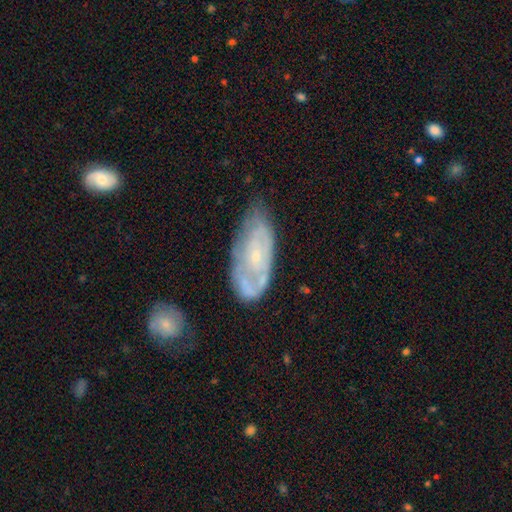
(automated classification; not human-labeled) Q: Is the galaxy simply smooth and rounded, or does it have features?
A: featured or disk — 69%.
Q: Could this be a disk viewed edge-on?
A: no — 92%.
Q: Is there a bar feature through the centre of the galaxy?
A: no — 76%.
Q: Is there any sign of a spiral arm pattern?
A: yes — 67%.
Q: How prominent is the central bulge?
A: small — 77%.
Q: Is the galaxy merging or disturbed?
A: none — 53%.